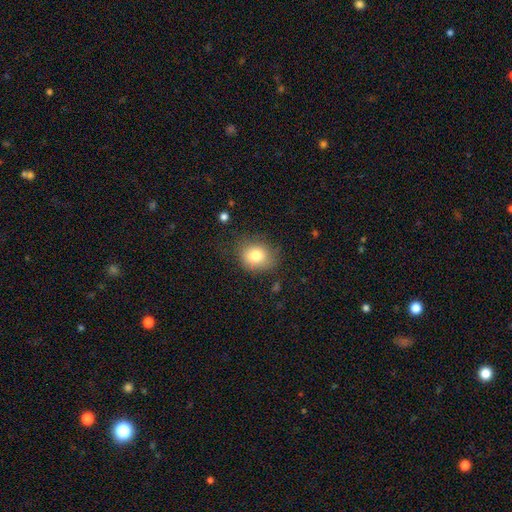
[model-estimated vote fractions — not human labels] The model was most divided on "how rounded": round: 69%, in between: 30%, cigar-shaped: 1%. More confident: smooth or featured — smooth (80%); merging — none (73%).